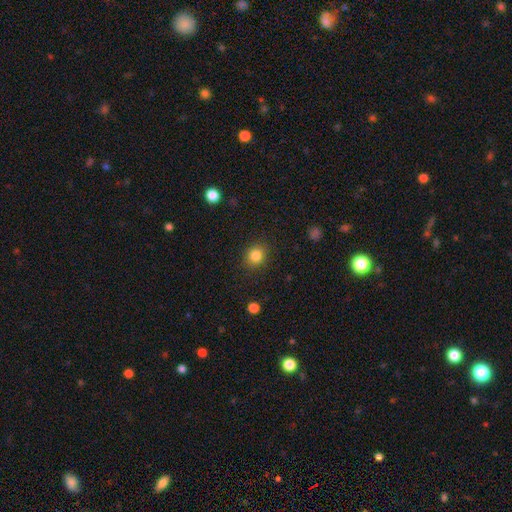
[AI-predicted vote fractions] Smooth or featured? Predicted: smooth (p=0.83). How rounded? Predicted: round (p=0.83). Merging? Predicted: none (p=0.89).